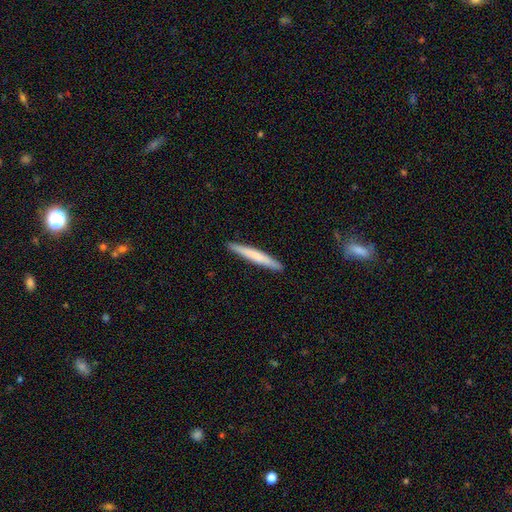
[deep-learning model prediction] This is likely a smooth galaxy (66%). How rounded: clearly cigar-shaped (96%). Merging: clearly none (91%).